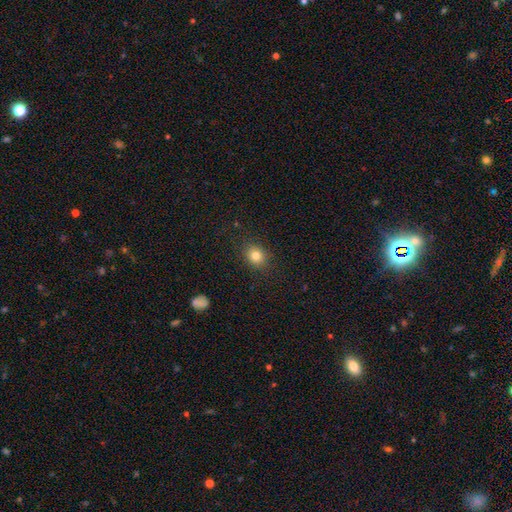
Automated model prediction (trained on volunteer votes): The model was most divided on "how rounded": round: 60%, in between: 39%, cigar-shaped: 1%. More confident: merging — none (87%); smooth or featured — smooth (81%).